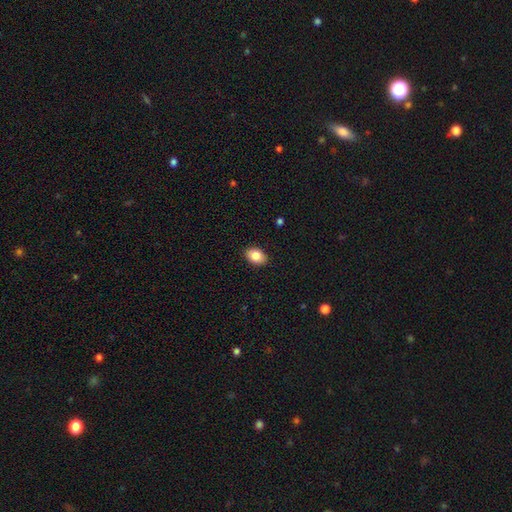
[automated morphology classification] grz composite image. It shows a smooth galaxy with no disk features (84%) that is in between round and cigar-shaped (84%). Merging: none (90%).